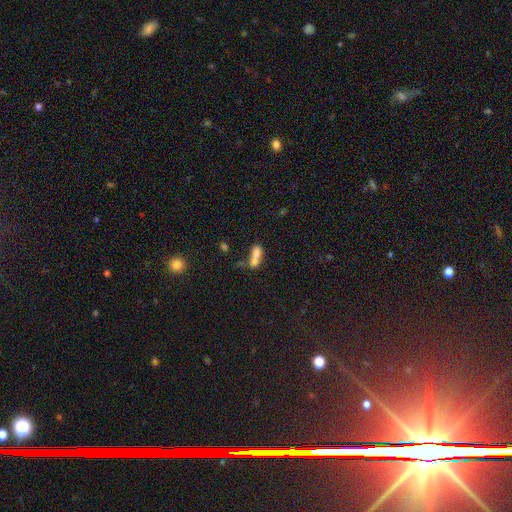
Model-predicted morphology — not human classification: Smooth or featured?
  - smooth: 67% *
  - featured or disk: 21%
  - star or artifact: 12%
How rounded?
  - in between: 66% *
  - round: 23%
  - cigar-shaped: 10%
Merging?
  - merger: 73% *
  - none: 16%
  - minor disturbance: 6%
  - major disturbance: 5%